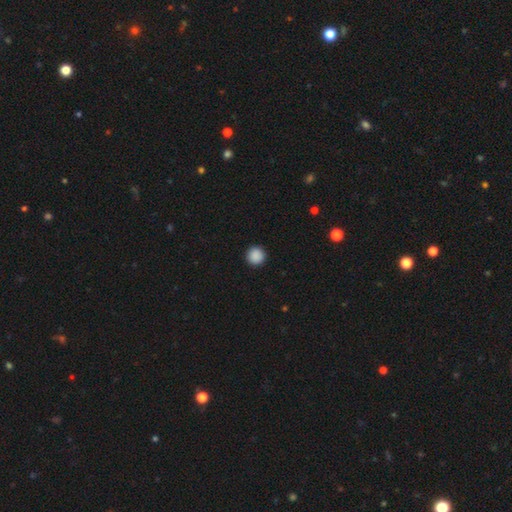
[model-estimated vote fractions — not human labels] smooth_or_featured: smooth (p=0.89) [alt: star or artifact p=0.09]
how_rounded: round (p=0.96) [alt: in between p=0.03]
merging: none (p=0.93) [alt: minor disturbance p=0.04]